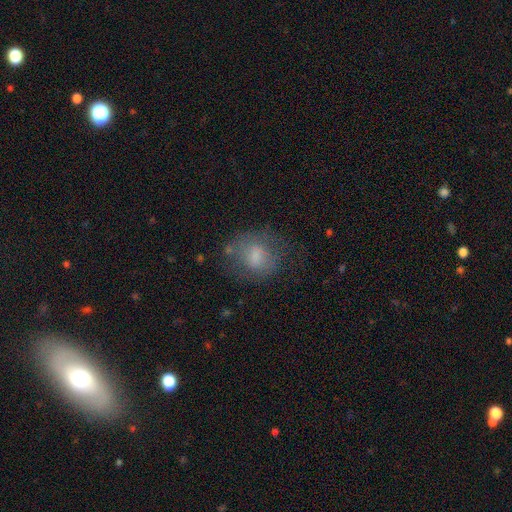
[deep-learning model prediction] Smooth or featured: smooth — 65% (featured or disk — 25%)
How rounded: round — 58% (in between — 40%)
Merging: none — 57% (minor disturbance — 23%)